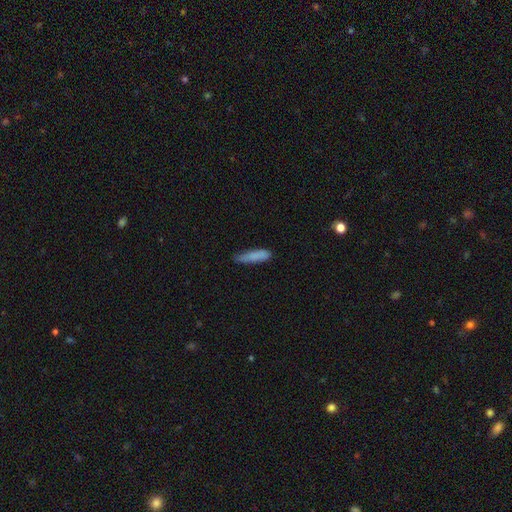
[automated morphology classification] A smooth galaxy with no disk features (84%) that is cigar-shaped (79%). Merging: none (69%).